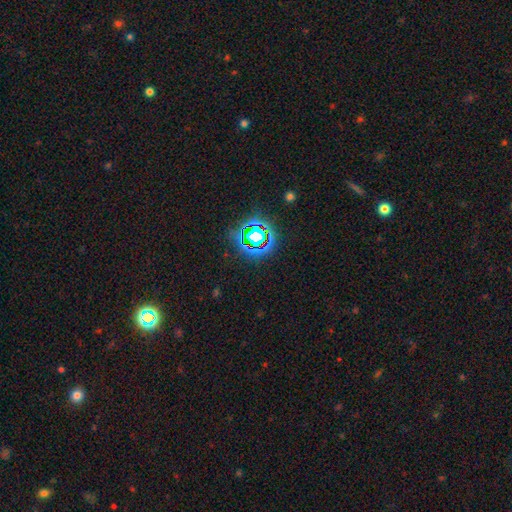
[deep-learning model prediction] Smooth or featured? star or artifact (70%)